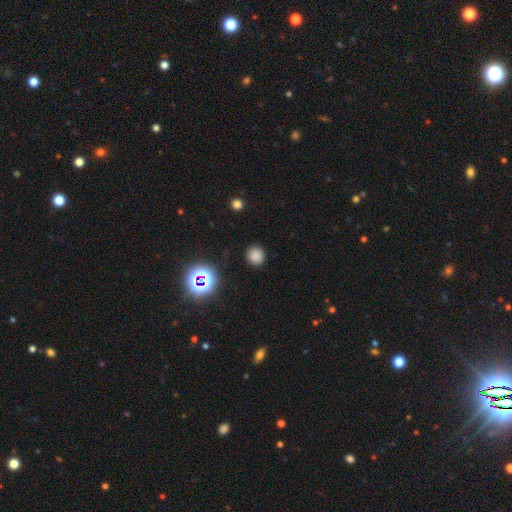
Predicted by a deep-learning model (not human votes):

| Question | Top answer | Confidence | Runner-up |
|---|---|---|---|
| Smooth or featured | smooth | 78% | star or artifact (18%) |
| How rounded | round | 89% | in between (10%) |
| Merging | none | 89% | minor disturbance (7%) |